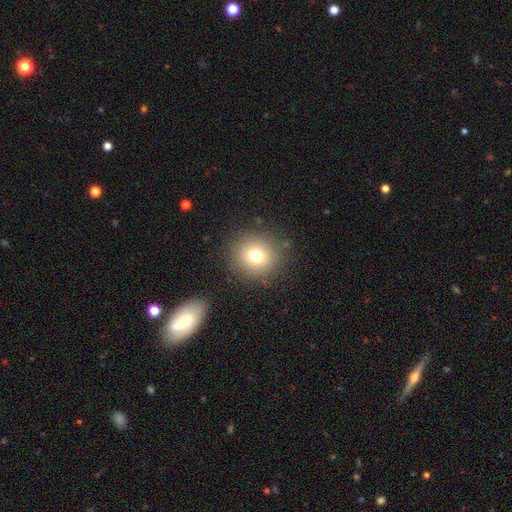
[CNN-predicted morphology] Smooth or featured? smooth (74%)
How rounded? round (91%)
Merging? none (86%)